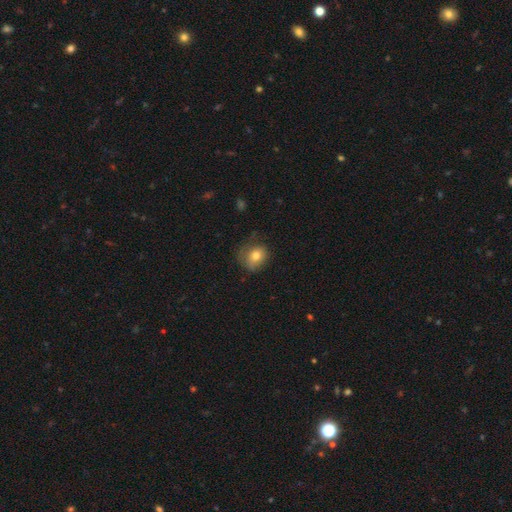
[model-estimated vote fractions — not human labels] A smooth galaxy with no disk features (77%) that is round (60%).

Vote fractions:
- Smooth or featured? smooth: 77% / featured or disk: 14% / star or artifact: 9%
- How rounded? round: 60% / in between: 39% / cigar-shaped: 1%
- Merging? none: 53% / minor disturbance: 30% / major disturbance: 15% / merger: 2%